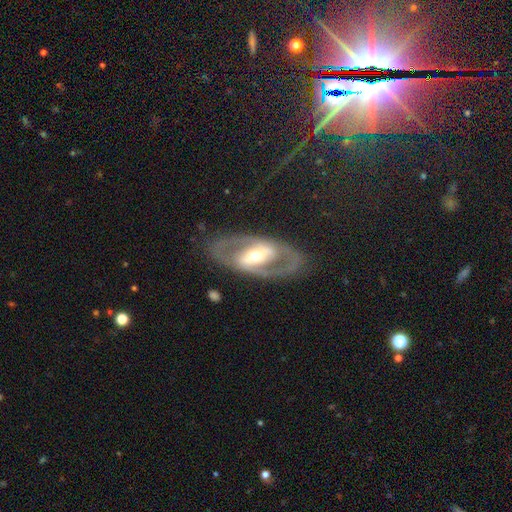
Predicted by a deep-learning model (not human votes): Smooth or featured: featured or disk — 81% (smooth — 14%)
Edge-on disk: no — 91% (yes — 9%)
Bar: strong — 47% (weak — 30%)
Spiral arms: yes — 64% (no — 36%)
Bulge size: moderate — 61% (small — 27%)
Merging: none — 79% (minor disturbance — 12%)